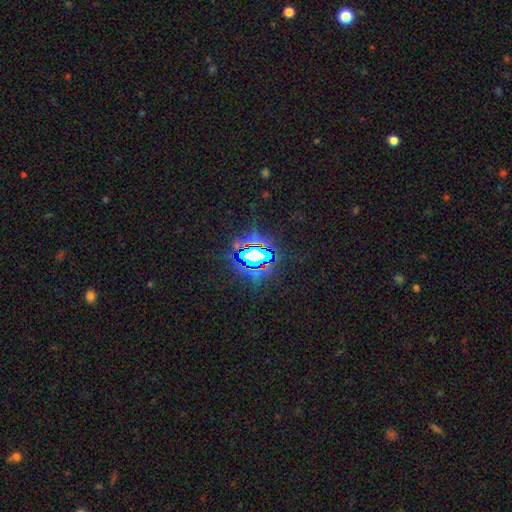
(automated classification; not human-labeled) Q: Smooth or featured?
A: star or artifact (77%); runner-up: smooth (13%)